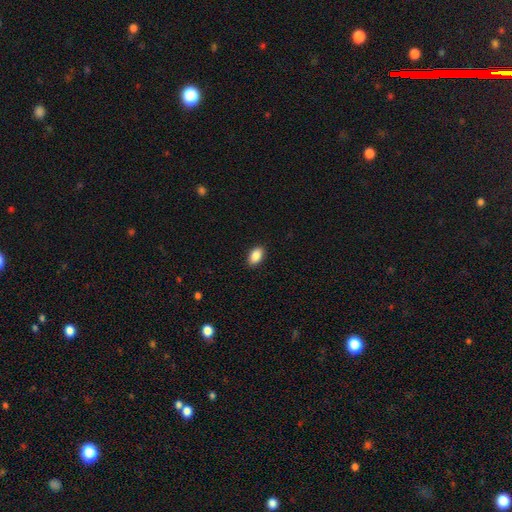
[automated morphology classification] Smooth or featured? smooth (89%)
How rounded? in between (92%)
Merging? none (89%)